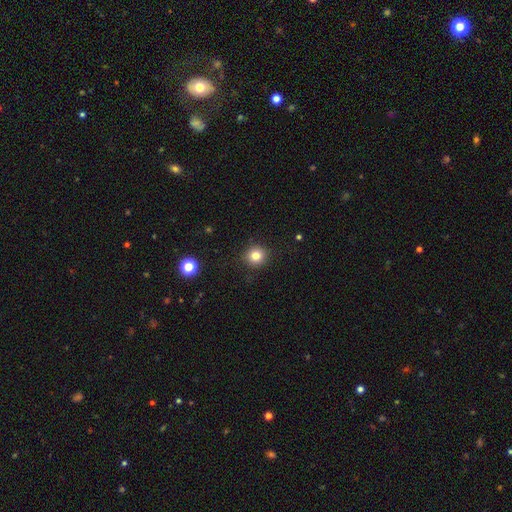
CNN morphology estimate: smooth-or-featured: smooth: 82% | star or artifact: 12% | featured or disk: 6%
  how-rounded: round: 90% | in between: 9% | cigar-shaped: 1%
  merging: none: 90% | minor disturbance: 6% | major disturbance: 2% | merger: 1%